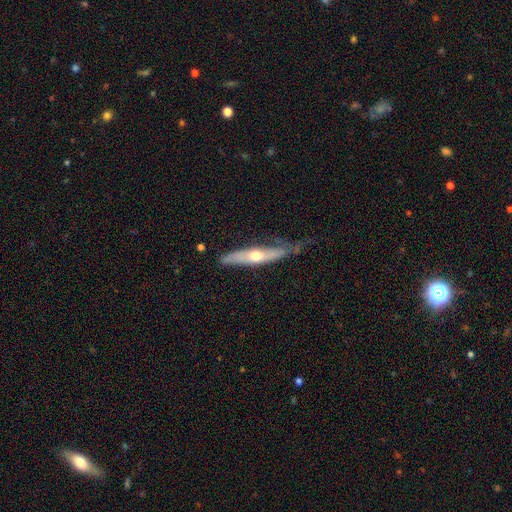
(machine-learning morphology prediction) This is possibly a featured or disk galaxy (55%). It is likely viewed edge-on (76%). Merging: possibly none (52%).